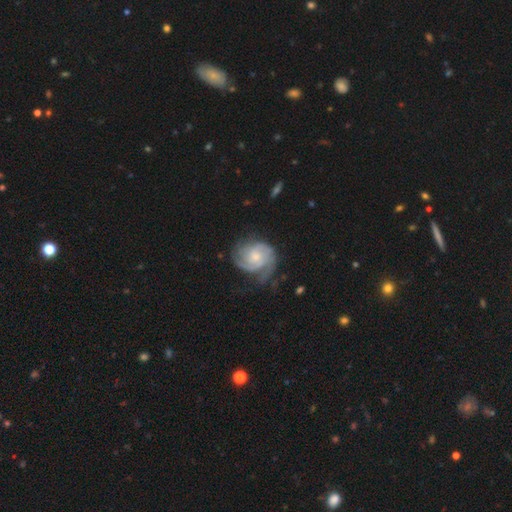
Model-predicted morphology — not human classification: Smooth or featured? Predicted: featured or disk (p=0.83). Edge-on disk? Predicted: no (p=0.98). Bar? Predicted: no (p=0.69). Spiral arms? Predicted: yes (p=0.96). Spiral winding? Predicted: tight (p=0.56). Spiral arm count? Predicted: 2 (p=0.41). Bulge size? Predicted: small (p=0.52). Merging? Predicted: none (p=0.58).